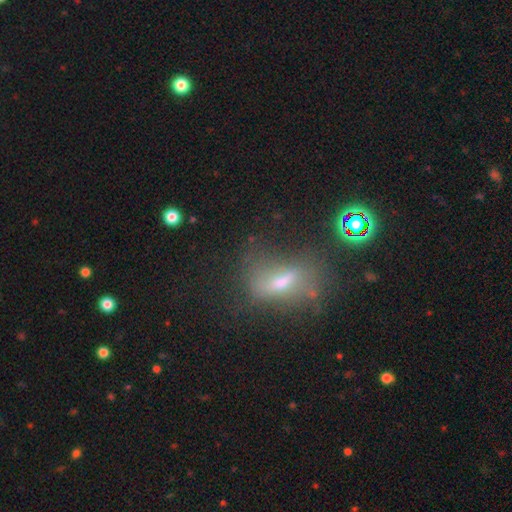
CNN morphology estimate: Smooth or featured: featured or disk — 42% (smooth — 35%)
Merging: none — 50% (minor disturbance — 23%)